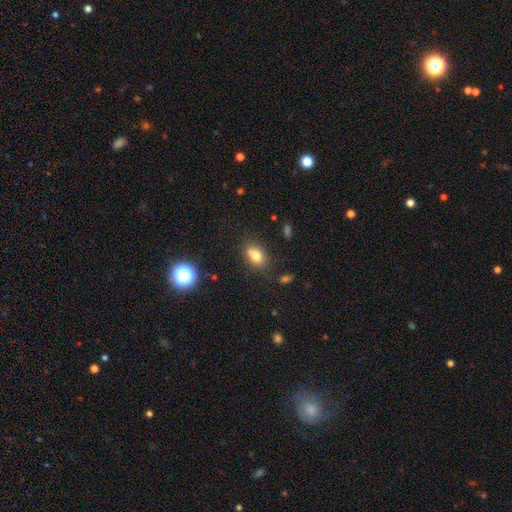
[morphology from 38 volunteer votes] smooth_or_featured: smooth (p=0.79) [alt: featured or disk p=0.18]
how_rounded: in between (p=0.73) [alt: round p=0.27]
merging: none (p=0.54) [alt: merger p=0.24]